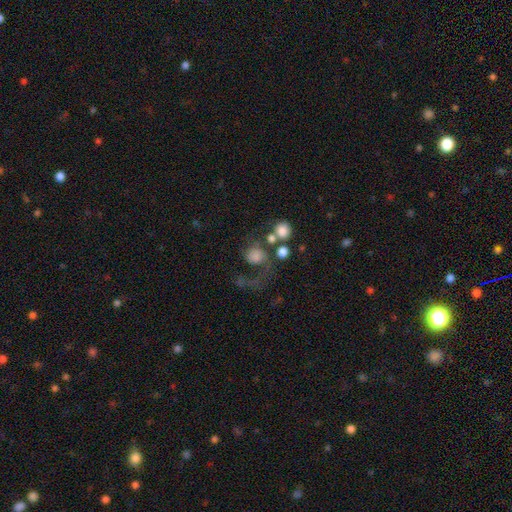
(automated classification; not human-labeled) Smooth or featured? smooth (53%)
How rounded? round (77%)
Merging? major disturbance (38%)